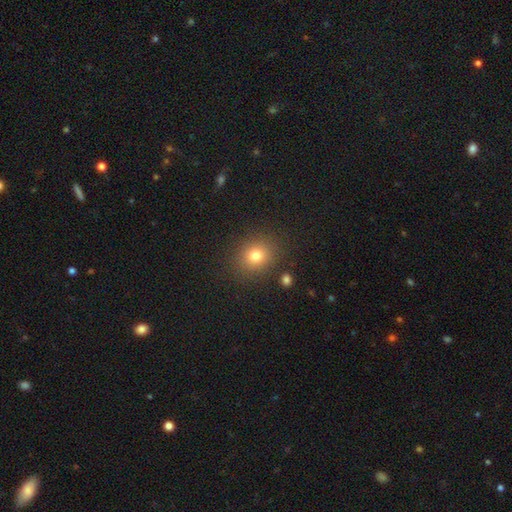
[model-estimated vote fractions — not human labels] Overall: smooth (78%). How rounded: round (69%; in between 30%). Merging: none (86%).